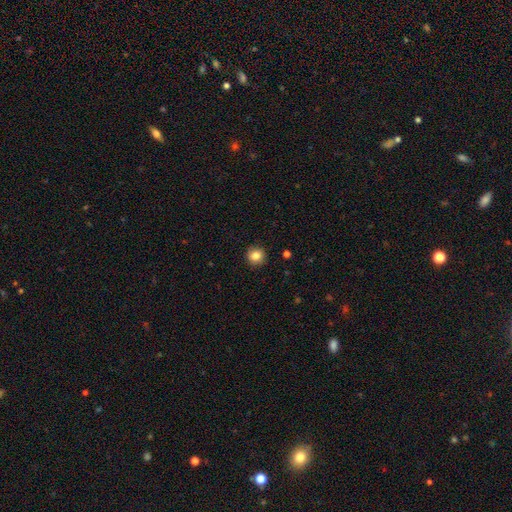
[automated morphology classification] Q: Smooth or featured?
A: smooth (84%); runner-up: star or artifact (10%)
Q: How rounded?
A: round (91%); runner-up: in between (8%)
Q: Merging?
A: none (91%); runner-up: minor disturbance (6%)